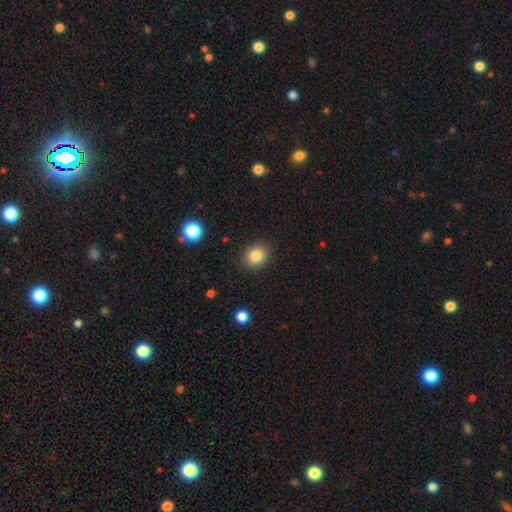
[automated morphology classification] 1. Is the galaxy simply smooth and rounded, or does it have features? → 84% smooth, 10% star or artifact, 6% featured or disk.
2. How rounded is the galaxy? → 74% round, 25% in between, 1% cigar-shaped.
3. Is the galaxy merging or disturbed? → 89% none, 8% minor disturbance, 2% major disturbance, 1% merger.